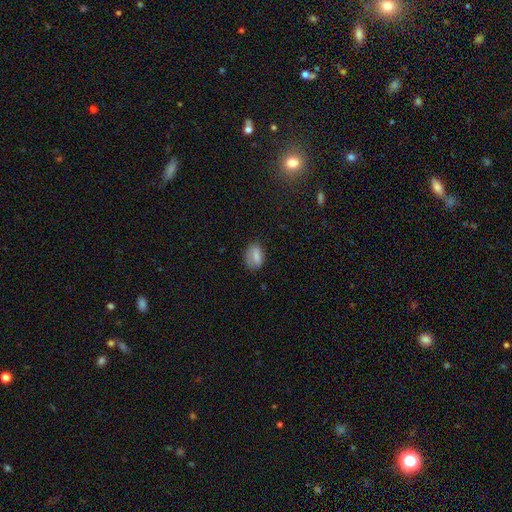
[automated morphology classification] A smooth galaxy with no disk features (79%) that is in between round and cigar-shaped (81%). Merging: none (67%).